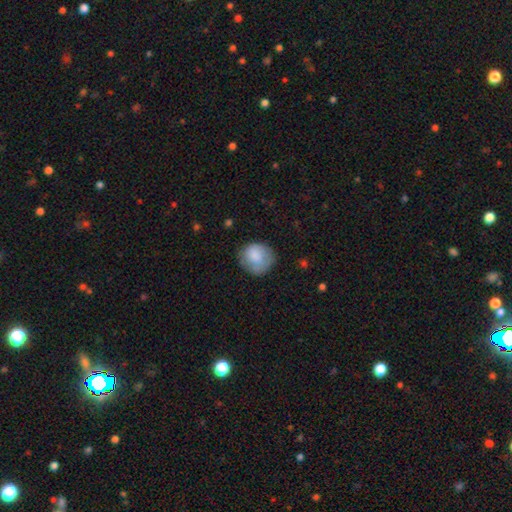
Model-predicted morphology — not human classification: A smooth galaxy with no disk features (81%) that is round (83%).

Vote fractions:
- Smooth or featured? smooth: 81% / featured or disk: 12% / star or artifact: 7%
- How rounded? round: 83% / in between: 16% / cigar-shaped: 1%
- Merging? none: 67% / minor disturbance: 23% / major disturbance: 9% / merger: 1%